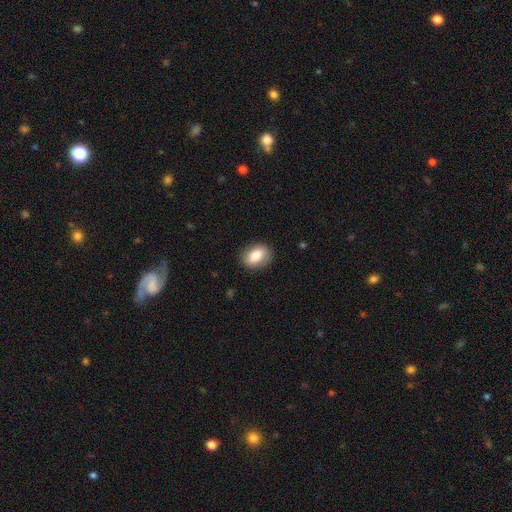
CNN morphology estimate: smooth 78%, featured or disk 15%, star or artifact 7%. Down the decision tree: how rounded — in between (73%); merging — none (86%).